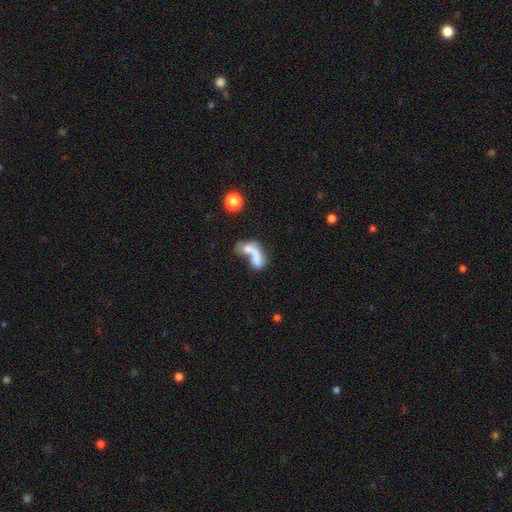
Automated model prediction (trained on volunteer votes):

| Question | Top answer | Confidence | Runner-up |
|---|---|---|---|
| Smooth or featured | smooth | 56% | featured or disk (33%) |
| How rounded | in between | 70% | cigar-shaped (16%) |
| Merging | merger | 67% | none (14%) |